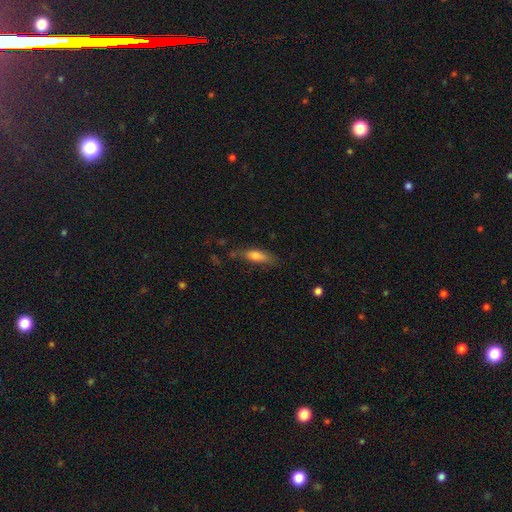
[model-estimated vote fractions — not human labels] Smooth or featured? smooth (71%)
How rounded? in between (51%)
Merging? none (67%)